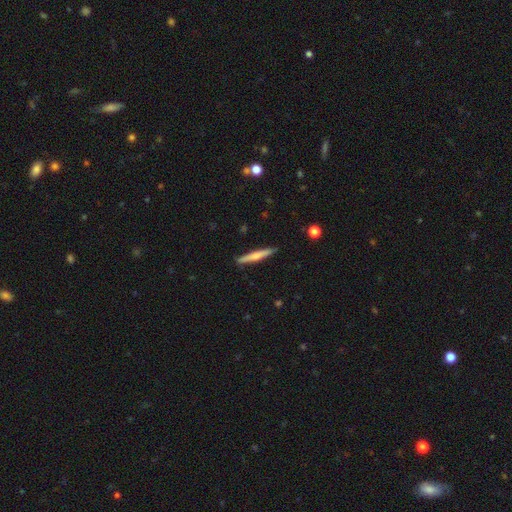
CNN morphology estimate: A smooth galaxy with no disk features (52%) that is cigar-shaped (94%). Merging: none (90%).